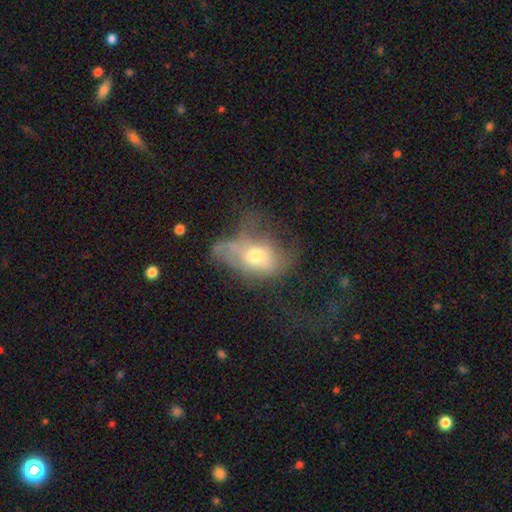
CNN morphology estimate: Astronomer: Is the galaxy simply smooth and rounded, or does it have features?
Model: smooth — 51% (runner-up: featured or disk, 37%).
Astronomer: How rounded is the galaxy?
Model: in between — 78%.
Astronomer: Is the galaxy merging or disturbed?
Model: major disturbance — 49%.